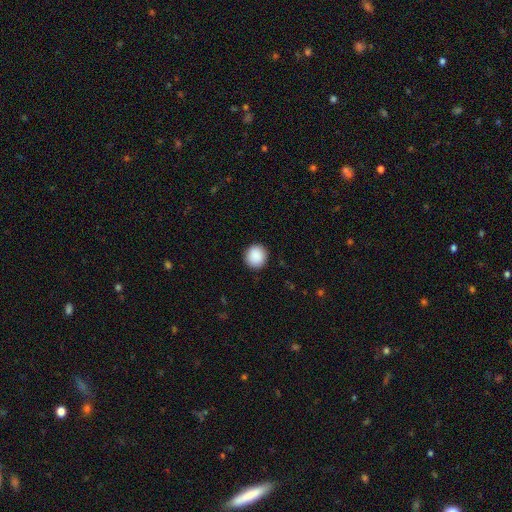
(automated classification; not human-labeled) The model was most divided on "smooth or featured": smooth: 90%, star or artifact: 7%, featured or disk: 3%. More confident: merging — none (92%); how rounded — round (92%).